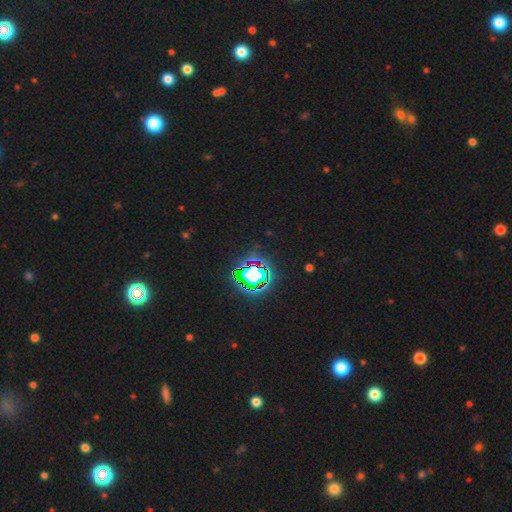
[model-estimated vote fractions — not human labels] Q: Smooth or featured?
A: star or artifact (82%); runner-up: smooth (11%)